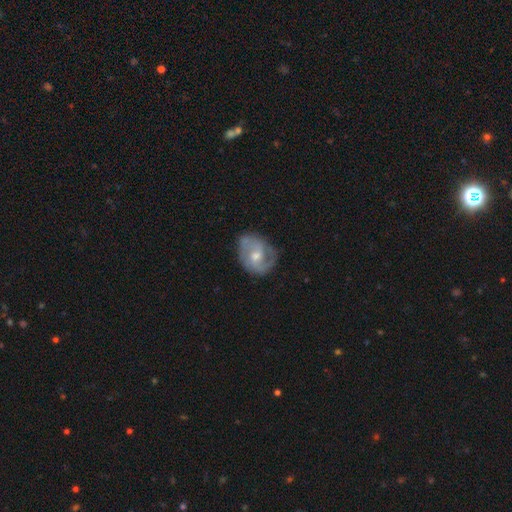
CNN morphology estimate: Q: Smooth or featured?
A: featured or disk (78%); runner-up: smooth (15%)
Q: Edge-on disk?
A: no (97%); runner-up: yes (3%)
Q: Bar?
A: no (47%); runner-up: weak (43%)
Q: Spiral arms?
A: yes (90%); runner-up: no (10%)
Q: Spiral winding?
A: medium (47%); runner-up: tight (33%)
Q: Spiral arm count?
A: 2 (72%); runner-up: can't tell (13%)
Q: Bulge size?
A: moderate (63%); runner-up: small (31%)
Q: Merging?
A: none (70%); runner-up: minor disturbance (21%)